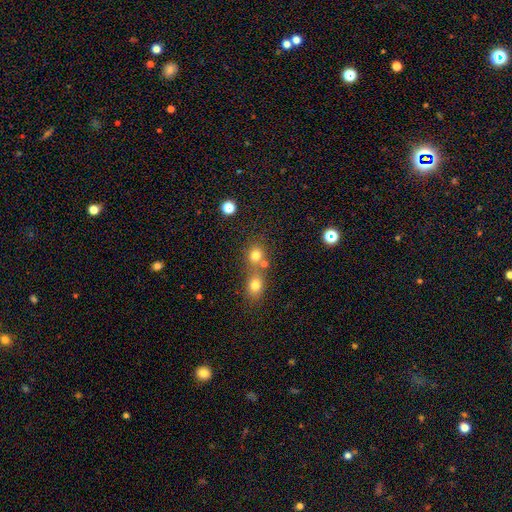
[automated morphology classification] The model was most divided on "merging" (2-way tie): none: 45%, merger: 45%, minor disturbance: 7%, major disturbance: 3%. More confident: how rounded — round (80%); smooth or featured — smooth (76%).